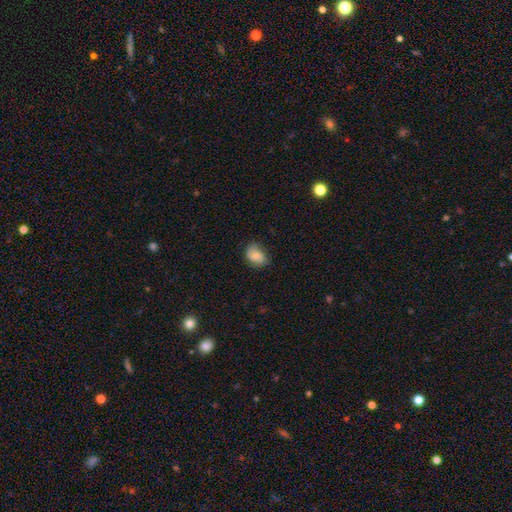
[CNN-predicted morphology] Smooth or featured: smooth — 70% (featured or disk — 22%)
How rounded: in between — 66% (round — 33%)
Merging: none — 64% (minor disturbance — 28%)